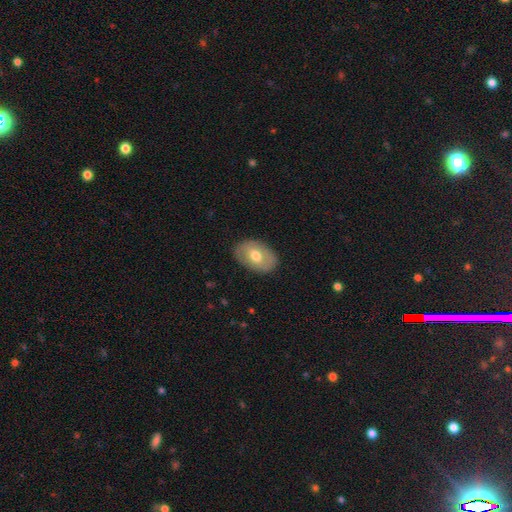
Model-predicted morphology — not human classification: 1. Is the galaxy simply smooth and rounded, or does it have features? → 60% smooth, 33% featured or disk, 6% star or artifact.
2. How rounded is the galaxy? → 87% in between, 12% round, 1% cigar-shaped.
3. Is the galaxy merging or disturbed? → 85% none, 11% minor disturbance, 3% major disturbance, 1% merger.